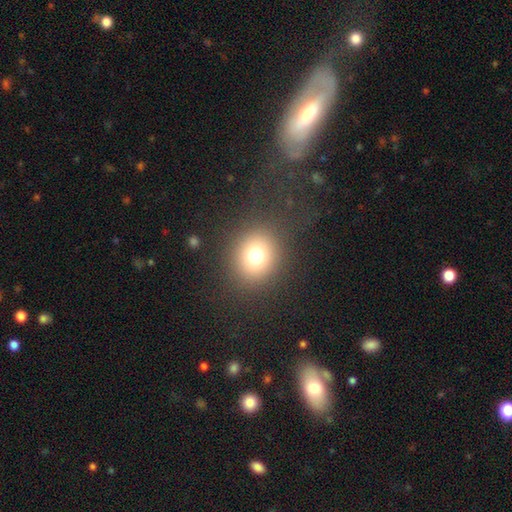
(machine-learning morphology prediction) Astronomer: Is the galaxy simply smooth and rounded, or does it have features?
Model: smooth — 73%.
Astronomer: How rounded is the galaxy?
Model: round — 82%.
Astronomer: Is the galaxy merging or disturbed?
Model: none — 86%.